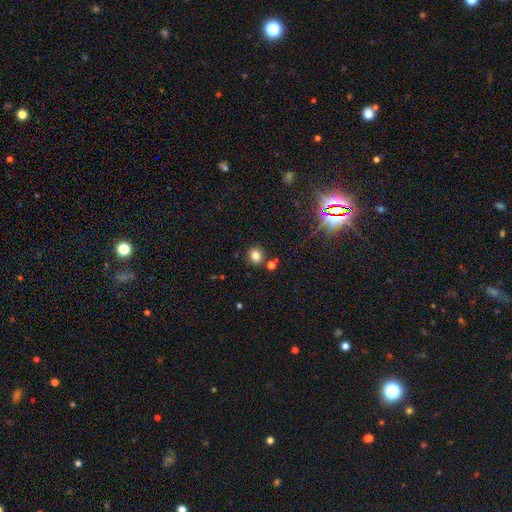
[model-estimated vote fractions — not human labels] smooth_or_featured: smooth (p=0.79) [alt: star or artifact p=0.14]
how_rounded: round (p=0.78) [alt: in between p=0.21]
merging: none (p=0.81) [alt: minor disturbance p=0.09]